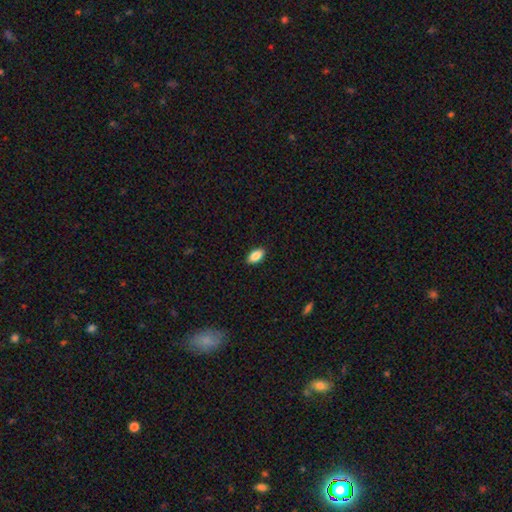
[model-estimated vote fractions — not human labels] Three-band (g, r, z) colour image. It shows a smooth galaxy with no disk features (88%) that is in between round and cigar-shaped (93%). Merging: none (89%).